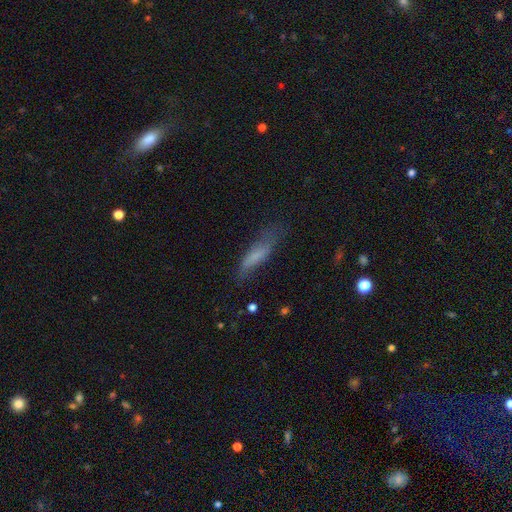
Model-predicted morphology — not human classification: type=smooth (63%); roundness=cigar-shaped (68%); merging=none (59%).